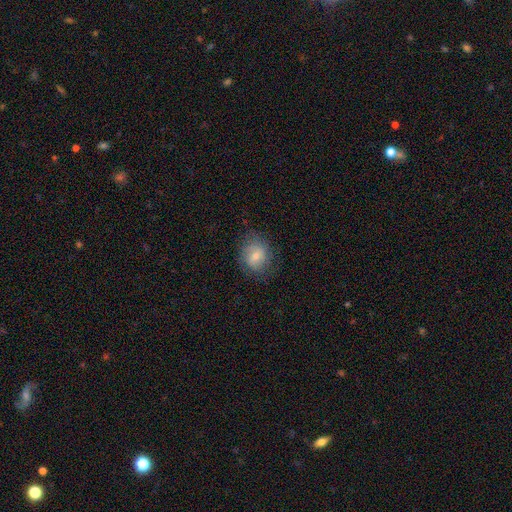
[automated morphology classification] type=smooth (63%); roundness=round (67%); merging=none (73%).